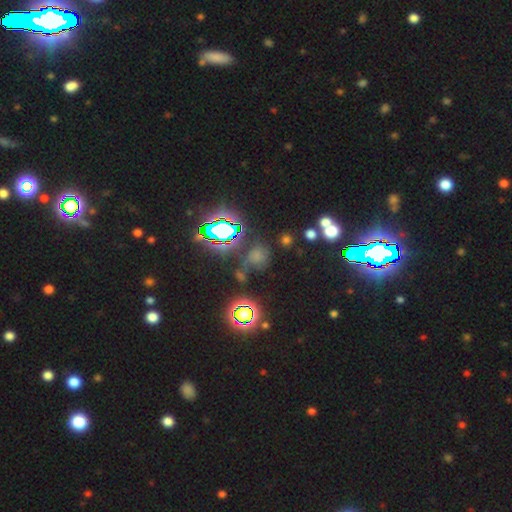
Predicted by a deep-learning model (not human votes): A star or artifact, not a galaxy (48%).